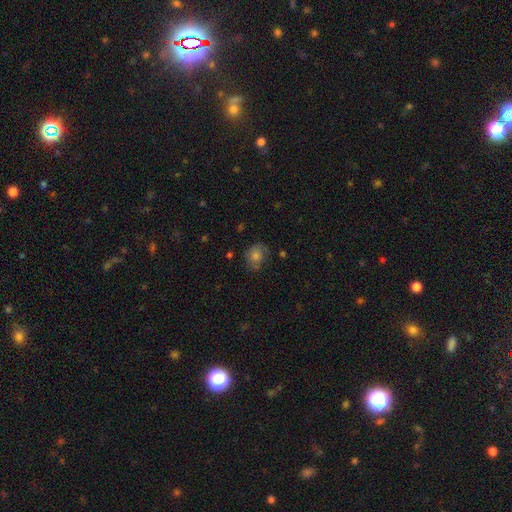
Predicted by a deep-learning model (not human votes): smooth 61%, featured or disk 24%, star or artifact 14%. Down the decision tree: how rounded — round (60%); merging — none (66%).